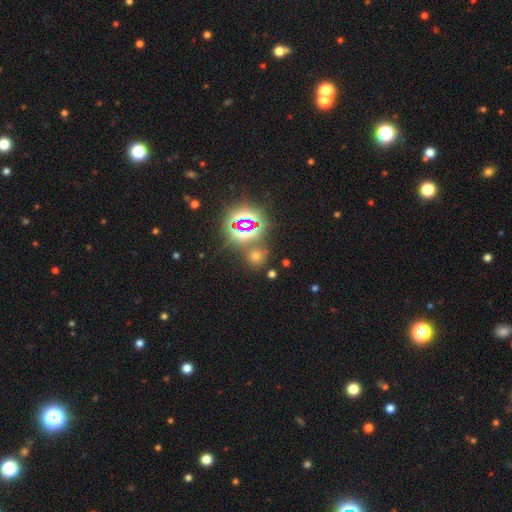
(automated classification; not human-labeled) Q: Smooth or featured?
A: smooth (46%); runner-up: star or artifact (45%)
Q: Merging?
A: none (78%); runner-up: merger (10%)